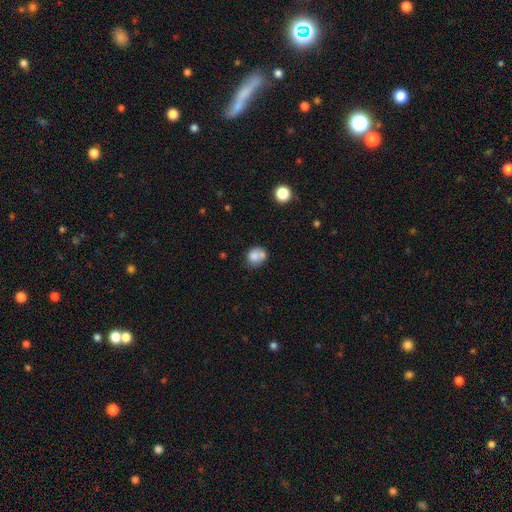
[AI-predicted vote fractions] A smooth galaxy with no disk features (77%) that is round (64%). Merging: none (41%).